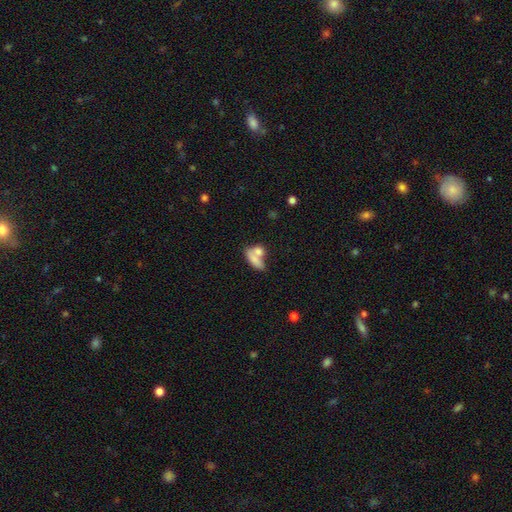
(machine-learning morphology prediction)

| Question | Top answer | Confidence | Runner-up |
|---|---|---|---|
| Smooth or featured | smooth | 75% | featured or disk (17%) |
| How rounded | in between | 70% | cigar-shaped (18%) |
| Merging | merger | 51% | none (30%) |